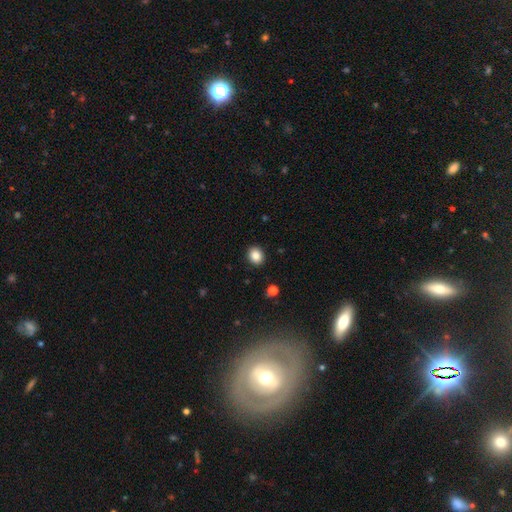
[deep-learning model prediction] This appears to be a smooth galaxy with no disk features (86%) that is round (64%). Merging: none (91%).